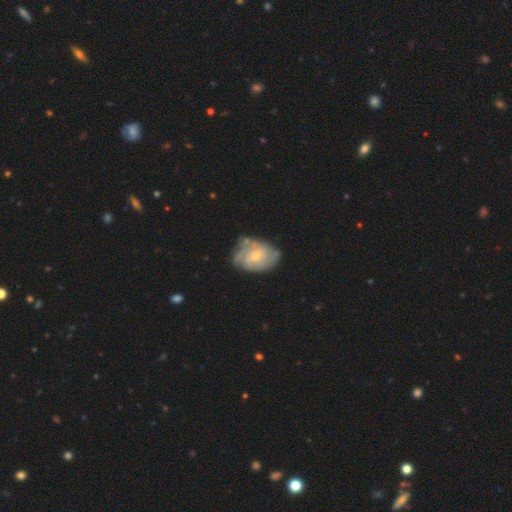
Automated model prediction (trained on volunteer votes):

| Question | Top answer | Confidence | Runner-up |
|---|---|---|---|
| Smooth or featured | featured or disk | 73% | smooth (22%) |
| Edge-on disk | no | 97% | yes (3%) |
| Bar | no | 53% | weak (41%) |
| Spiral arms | yes | 85% | no (15%) |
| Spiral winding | tight | 55% | medium (33%) |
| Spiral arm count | can't tell | 44% | 2 (26%) |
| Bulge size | small | 50% | moderate (45%) |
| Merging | none | 54% | minor disturbance (30%) |